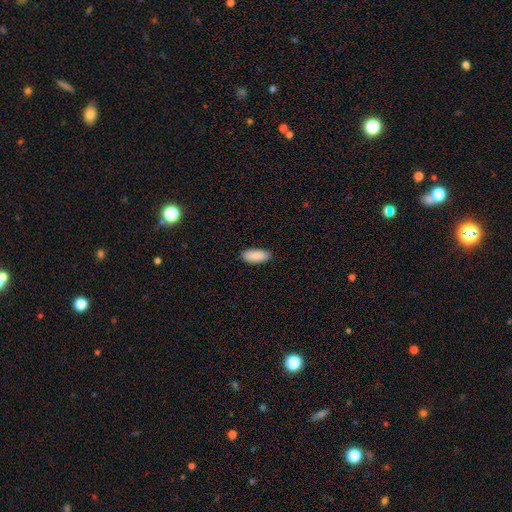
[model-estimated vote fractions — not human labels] smooth 89%, star or artifact 6%, featured or disk 6%. Down the decision tree: how rounded — in between (87%); merging — none (87%).